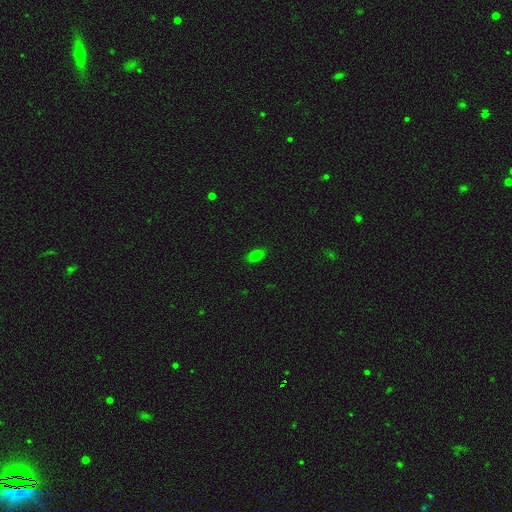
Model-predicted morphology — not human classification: smooth_or_featured: smooth (p=0.77) [alt: star or artifact p=0.14]
how_rounded: in between (p=0.85) [alt: round p=0.12]
merging: none (p=0.86) [alt: minor disturbance p=0.11]